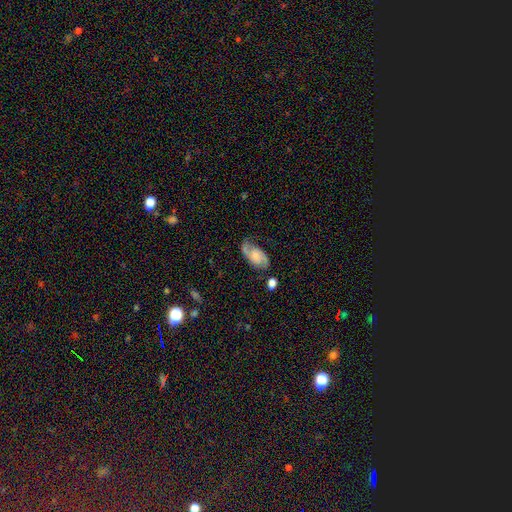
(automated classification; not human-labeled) This appears to be a featured or disk galaxy (74%) with no bar (61%), 2 (88%) medium (49%) spiral arms (94%) and a small central bulge (35%). Merging: none (68%).